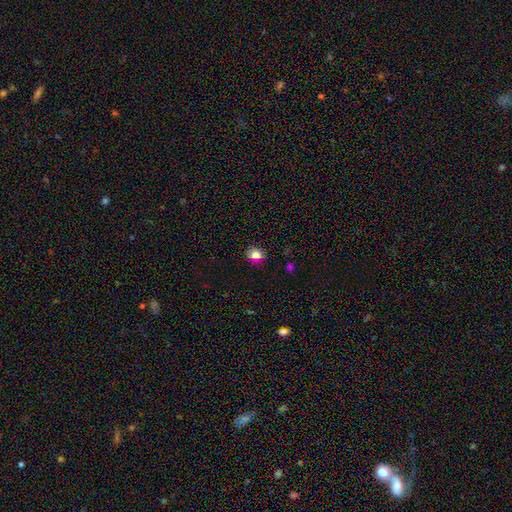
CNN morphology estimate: Smooth or featured?
  - smooth: 78% *
  - star or artifact: 15%
  - featured or disk: 7%
How rounded?
  - round: 67% *
  - in between: 31%
  - cigar-shaped: 1%
Merging?
  - none: 87% *
  - minor disturbance: 9%
  - major disturbance: 2%
  - merger: 1%